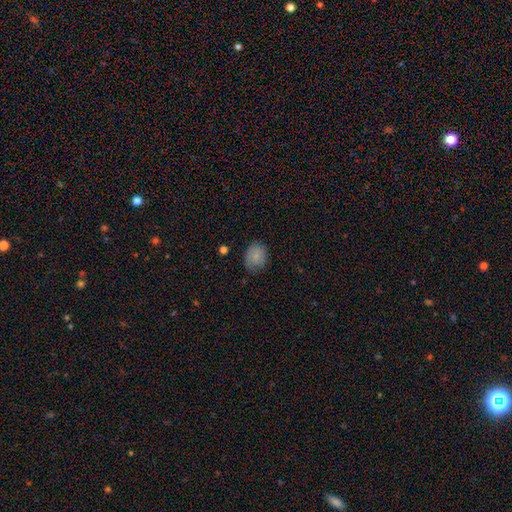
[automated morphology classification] Overall: smooth (81%). How rounded: round (59%; in between 40%). Merging: none (74%).